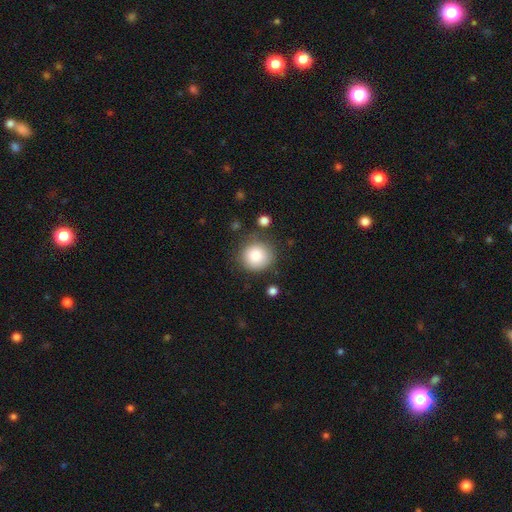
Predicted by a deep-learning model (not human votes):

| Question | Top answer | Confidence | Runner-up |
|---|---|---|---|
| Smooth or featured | smooth | 85% | star or artifact (9%) |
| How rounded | round | 90% | in between (9%) |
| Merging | none | 79% | minor disturbance (13%) |